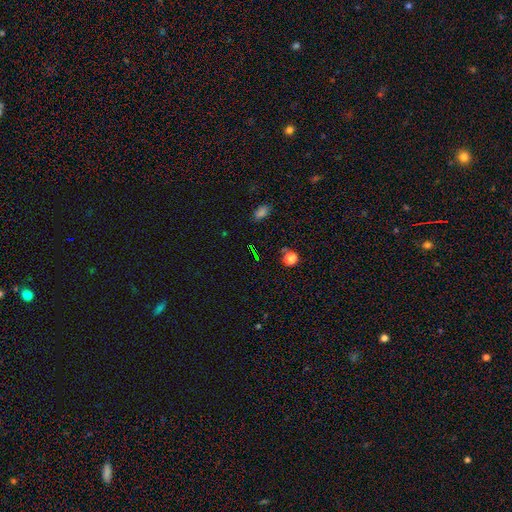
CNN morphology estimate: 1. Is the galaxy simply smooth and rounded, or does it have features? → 65% star or artifact, 25% smooth, 11% featured or disk.